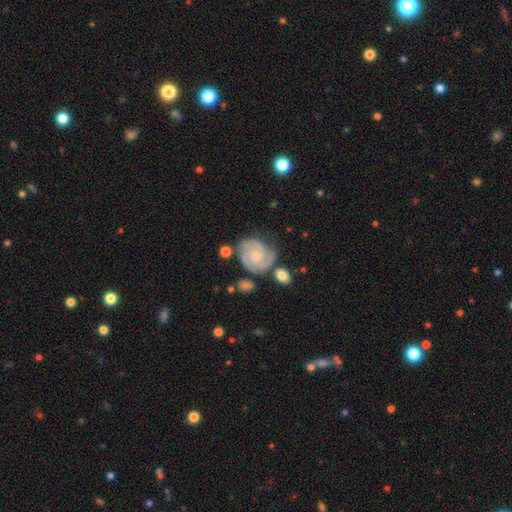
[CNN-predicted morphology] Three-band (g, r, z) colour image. It shows a featured or disk galaxy (76%) with no bar (73%), 3 (31%) tight (58%) spiral arms (92%) and a small central bulge (65%). Merging: none (59%).